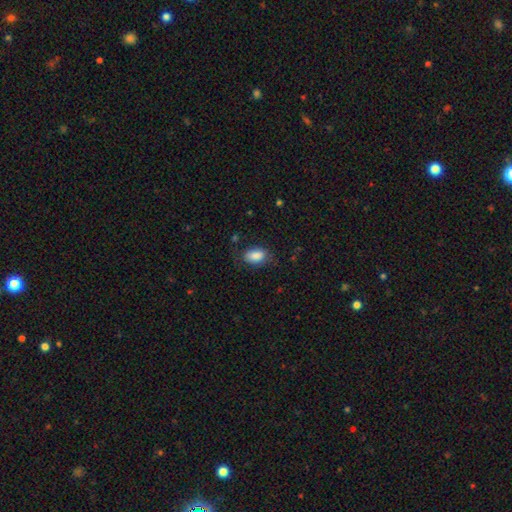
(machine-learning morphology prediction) Smooth or featured? smooth (87%)
How rounded? in between (90%)
Merging? none (75%)